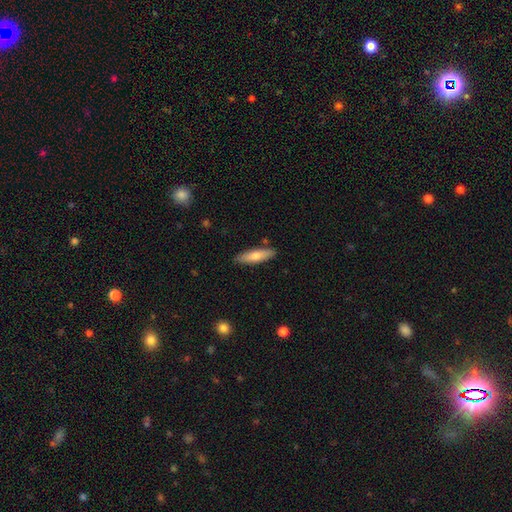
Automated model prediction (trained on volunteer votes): smooth_or_featured: smooth (p=0.73) [alt: featured or disk p=0.22]
how_rounded: cigar-shaped (p=0.65) [alt: in between p=0.34]
merging: none (p=0.85) [alt: minor disturbance p=0.10]